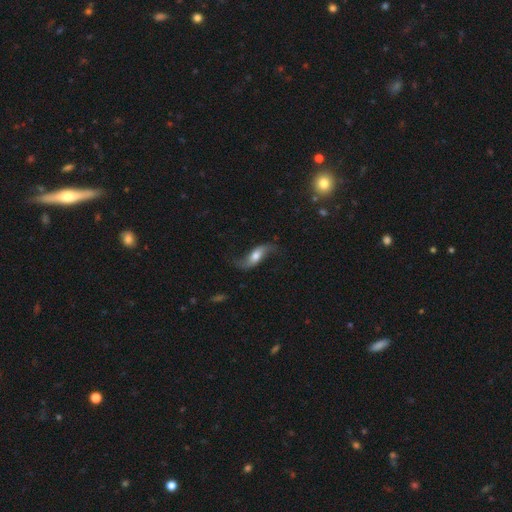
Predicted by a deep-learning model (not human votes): Smooth or featured: featured or disk — 72% (smooth — 21%)
Edge-on disk: no — 87% (yes — 13%)
Bar: no — 50% (weak — 31%)
Spiral arms: yes — 92% (no — 8%)
Spiral winding: loose — 91% (medium — 7%)
Spiral arm count: 2 — 93% (1 — 2%)
Bulge size: moderate — 60% (small — 21%)
Merging: none — 69% (minor disturbance — 18%)